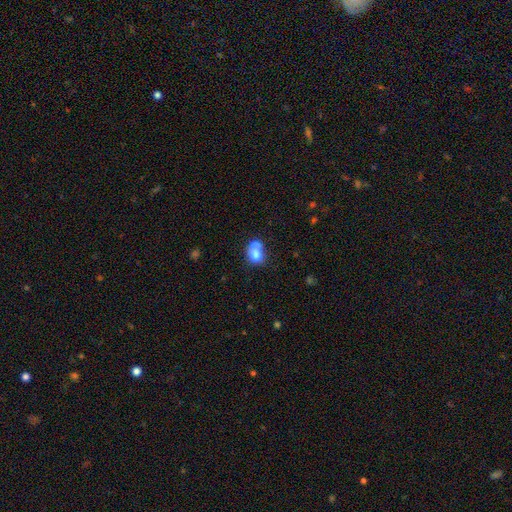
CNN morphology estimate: A smooth galaxy with no disk features (73%) that is in between round and cigar-shaped (52%).

Vote fractions:
- Smooth or featured? smooth: 73% / featured or disk: 17% / star or artifact: 9%
- How rounded? in between: 52% / round: 47% / cigar-shaped: 1%
- Merging? none: 39% / minor disturbance: 24% / merger: 20% / major disturbance: 17%